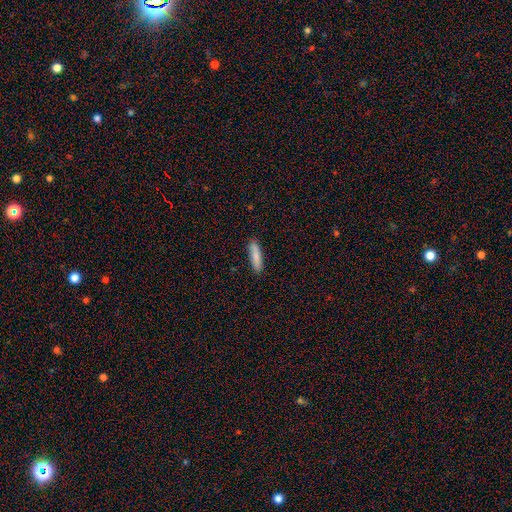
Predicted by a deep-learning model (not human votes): Q: Smooth or featured?
A: smooth (84%); runner-up: featured or disk (10%)
Q: How rounded?
A: cigar-shaped (74%); runner-up: in between (24%)
Q: Merging?
A: none (89%); runner-up: minor disturbance (8%)